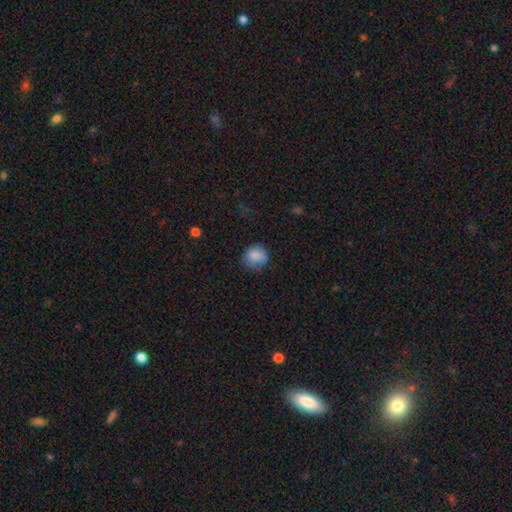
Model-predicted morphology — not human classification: This appears to be a smooth galaxy with no disk features (83%) that is round (73%). Merging: none (65%).